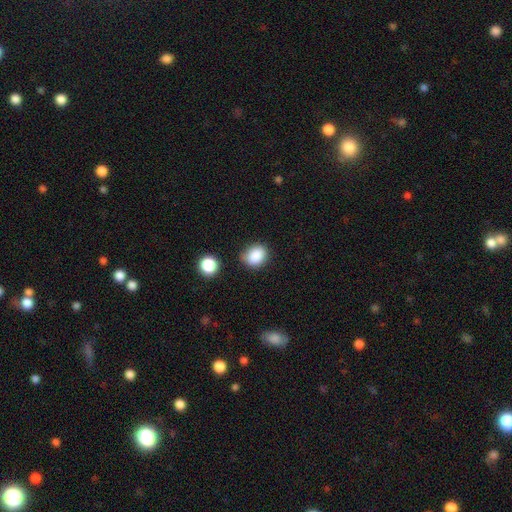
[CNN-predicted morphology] smooth_or_featured: smooth (p=0.87) [alt: star or artifact p=0.09]
how_rounded: round (p=0.52) [alt: in between p=0.47]
merging: none (p=0.73) [alt: minor disturbance p=0.18]